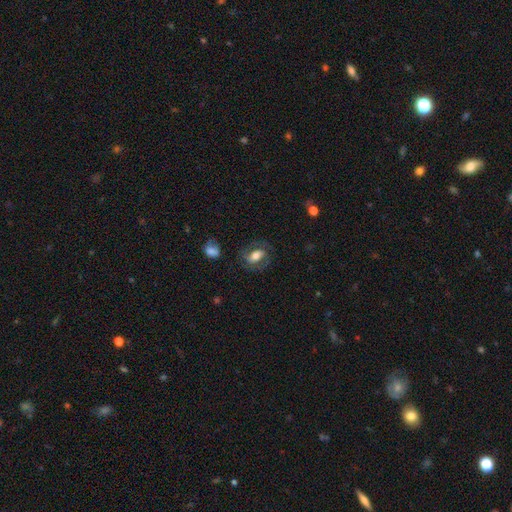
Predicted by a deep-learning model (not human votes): Overall: featured or disk (46%, tied with smooth). Merging: none (69%).